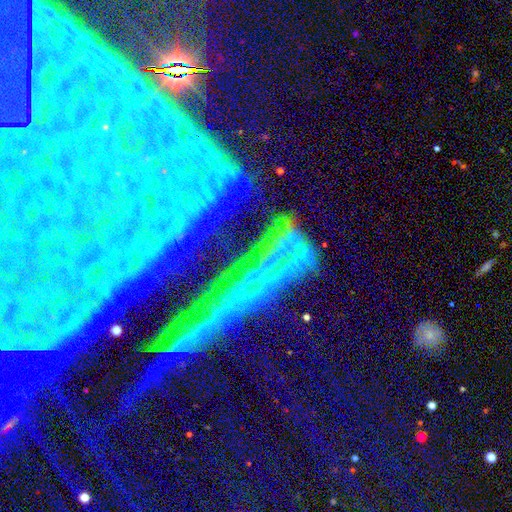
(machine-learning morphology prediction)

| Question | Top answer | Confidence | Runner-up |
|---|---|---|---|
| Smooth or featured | star or artifact | 77% | featured or disk (12%) |